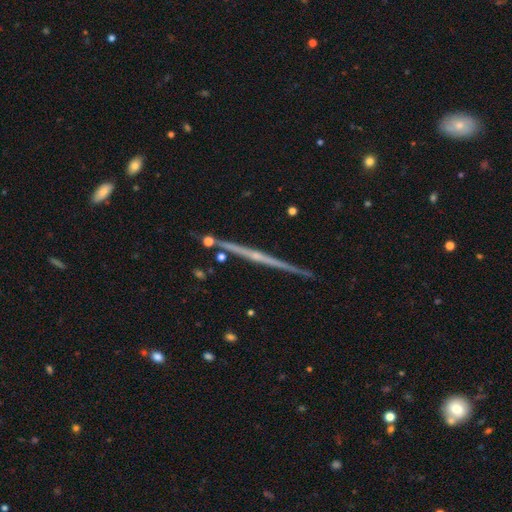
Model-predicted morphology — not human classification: smooth-or-featured: featured or disk: 81% | smooth: 13% | star or artifact: 7%
  disk-edge-on: yes: 98% | no: 2%
    edge-on-bulge: rounded: 49% | none: 43% | boxy: 7%
  merging: none: 89% | minor disturbance: 7% | merger: 2% | major disturbance: 2%